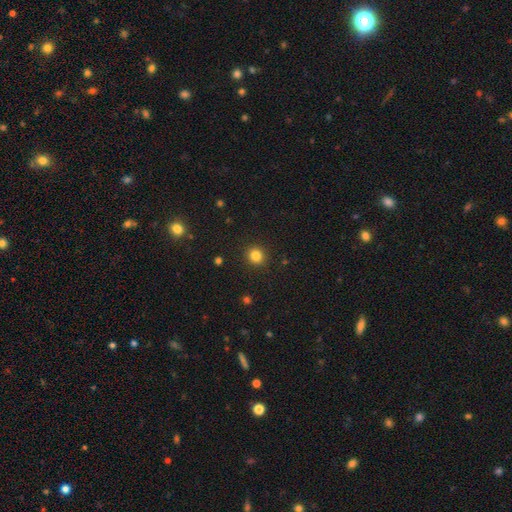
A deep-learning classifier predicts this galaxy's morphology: This appears to be a smooth galaxy with no disk features (83%) that is round (86%). Merging: none (91%).